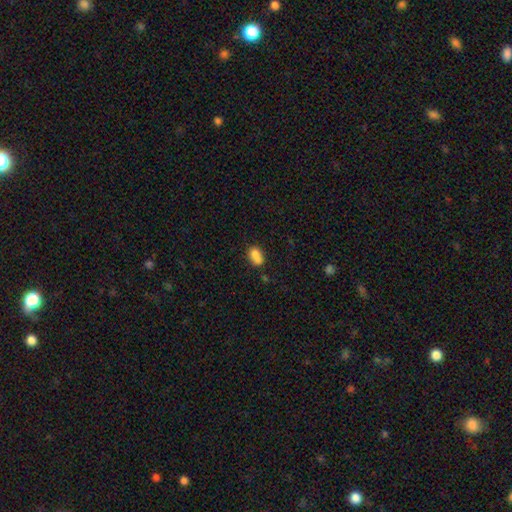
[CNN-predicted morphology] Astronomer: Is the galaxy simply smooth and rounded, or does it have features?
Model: smooth — 77%.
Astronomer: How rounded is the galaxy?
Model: in between — 69%.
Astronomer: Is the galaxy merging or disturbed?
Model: merger — 40% (runner-up: none, 39%).